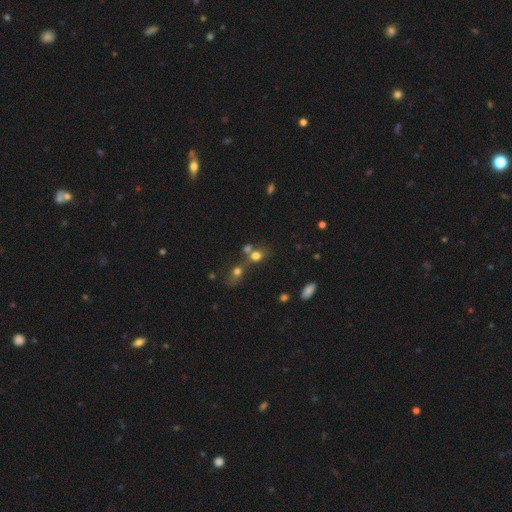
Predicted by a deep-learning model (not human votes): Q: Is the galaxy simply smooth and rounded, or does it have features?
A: smooth — 72%.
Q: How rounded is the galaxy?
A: round — 60%.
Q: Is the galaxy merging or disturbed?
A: merger — 47%.